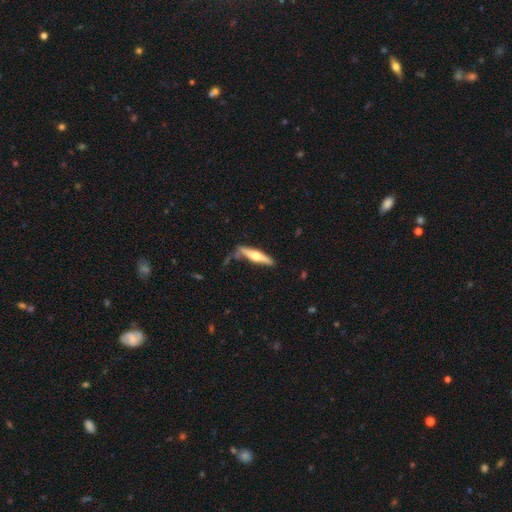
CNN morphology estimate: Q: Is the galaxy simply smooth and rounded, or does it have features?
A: featured or disk — 58%.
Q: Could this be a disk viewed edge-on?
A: yes — 94%.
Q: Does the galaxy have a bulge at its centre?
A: rounded — 93%.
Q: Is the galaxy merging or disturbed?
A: none — 70%.